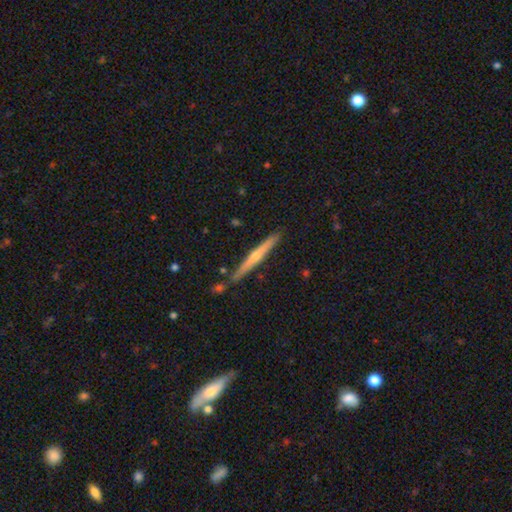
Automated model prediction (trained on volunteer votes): Smooth or featured? featured or disk (73%)
Edge-on disk? yes (97%)
Edge-on bulge? rounded (78%)
Merging? none (86%)